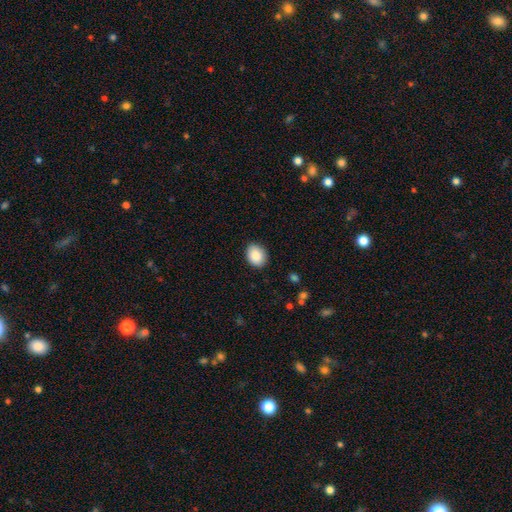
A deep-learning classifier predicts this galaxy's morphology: Overall: smooth (88%). How rounded: in between (58%; round 41%). Merging: none (88%).